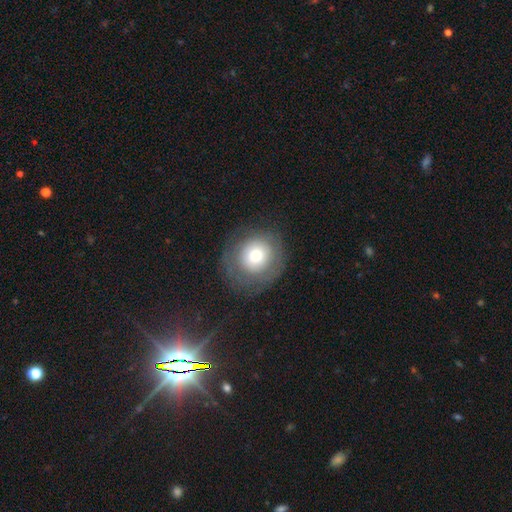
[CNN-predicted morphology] This is likely a smooth galaxy (63%). How rounded: clearly round (84%). Merging: likely none (72%).